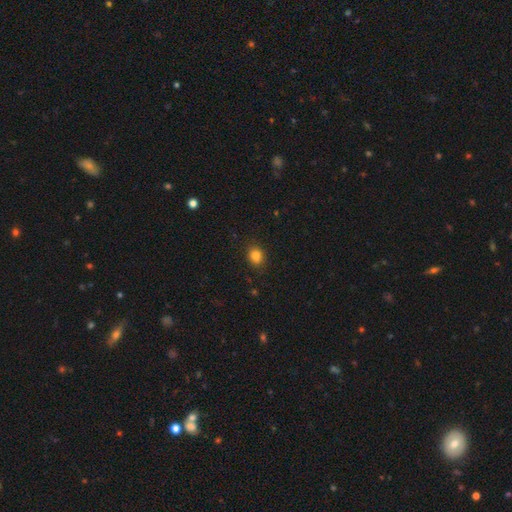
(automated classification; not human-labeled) Smooth or featured?
  - smooth: 83% *
  - star or artifact: 12%
  - featured or disk: 5%
How rounded?
  - round: 52% *
  - in between: 46%
  - cigar-shaped: 1%
Merging?
  - none: 80% *
  - minor disturbance: 14%
  - major disturbance: 4%
  - merger: 2%